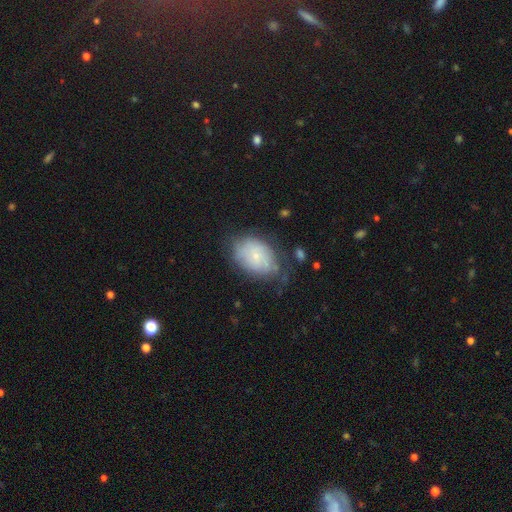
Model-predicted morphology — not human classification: A smooth galaxy with no disk features (56%) that is in between round and cigar-shaped (78%).

Vote fractions:
- Smooth or featured? smooth: 56% / featured or disk: 36% / star or artifact: 8%
- How rounded? in between: 78% / round: 20% / cigar-shaped: 1%
- Merging? none: 53% / minor disturbance: 30% / major disturbance: 14% / merger: 3%